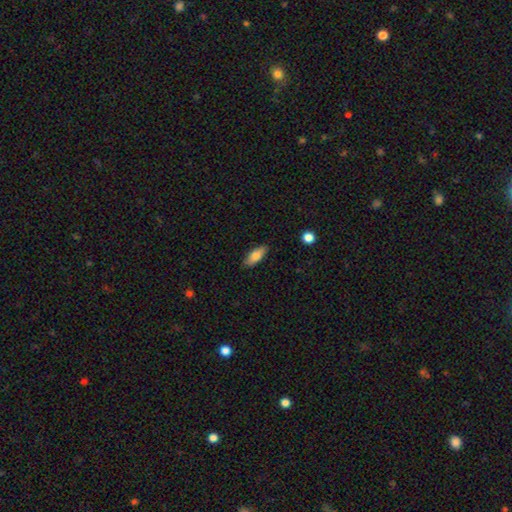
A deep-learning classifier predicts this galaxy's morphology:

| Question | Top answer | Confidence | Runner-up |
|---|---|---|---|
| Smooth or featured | smooth | 76% | featured or disk (18%) |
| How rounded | in between | 75% | cigar-shaped (23%) |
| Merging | none | 86% | minor disturbance (11%) |